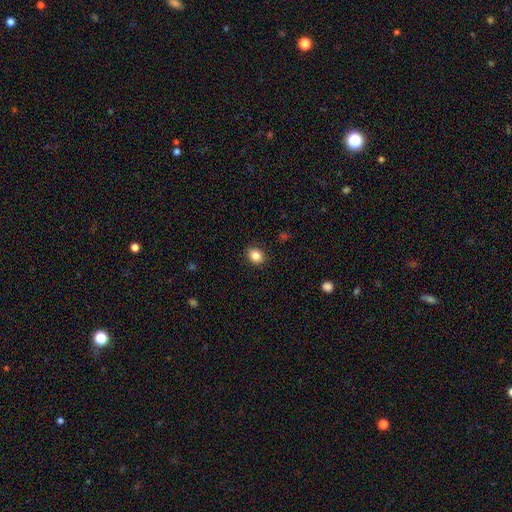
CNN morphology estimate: Overall: smooth (85%). How rounded: round (54%; in between 45%). Merging: none (89%).